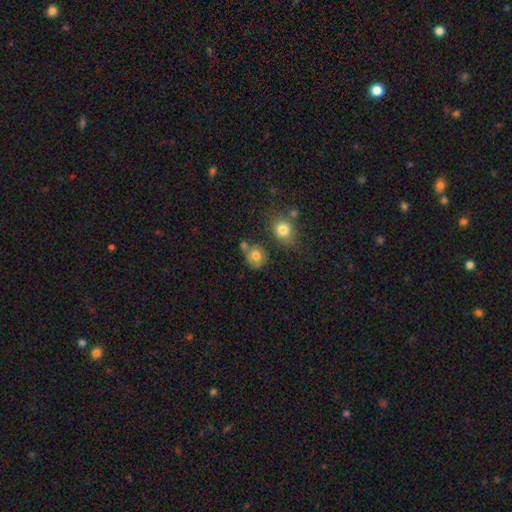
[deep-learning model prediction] This is likely a smooth galaxy (76%). How rounded: likely round (78%). Merging: possibly none (59%).